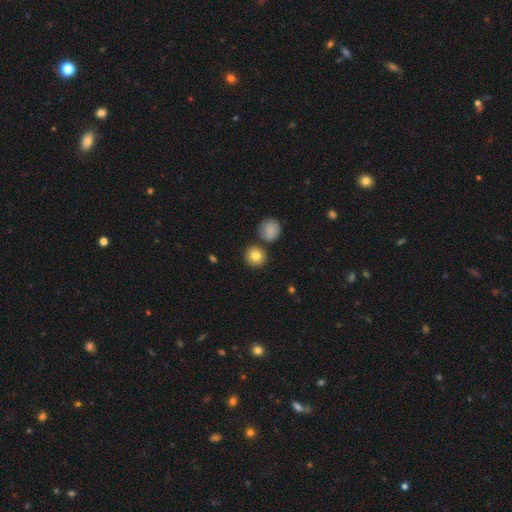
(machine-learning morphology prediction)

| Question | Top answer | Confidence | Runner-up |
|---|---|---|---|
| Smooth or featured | smooth | 82% | star or artifact (10%) |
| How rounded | round | 91% | in between (8%) |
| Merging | none | 82% | merger (8%) |